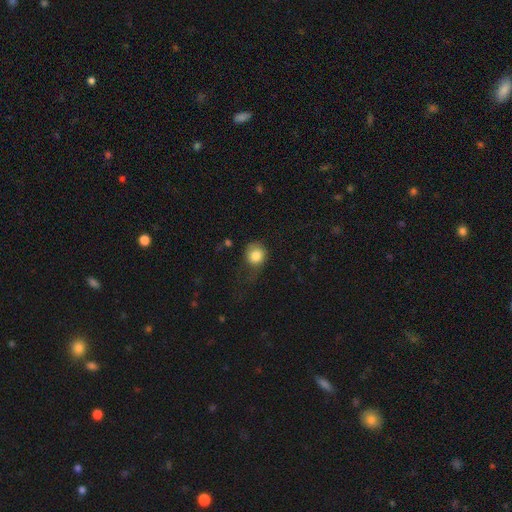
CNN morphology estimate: type=smooth (82%); roundness=round (76%); merging=none (44%).